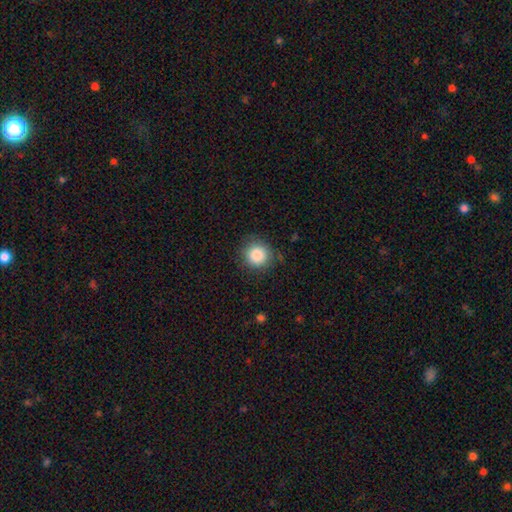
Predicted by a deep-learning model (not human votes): Q: Smooth or featured?
A: smooth (86%); runner-up: star or artifact (9%)
Q: How rounded?
A: round (92%); runner-up: in between (7%)
Q: Merging?
A: none (85%); runner-up: minor disturbance (11%)